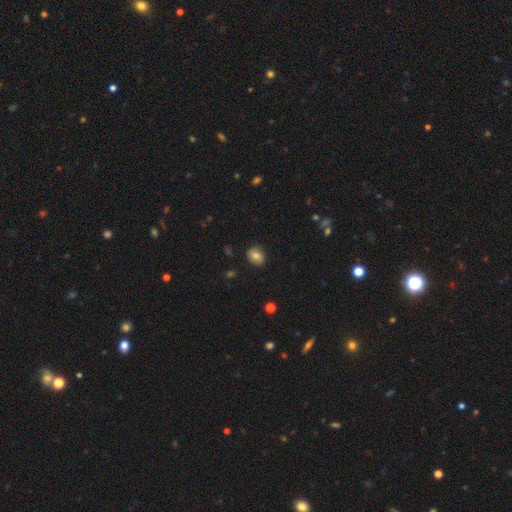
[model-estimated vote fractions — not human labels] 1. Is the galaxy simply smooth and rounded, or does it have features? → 77% smooth, 13% featured or disk, 10% star or artifact.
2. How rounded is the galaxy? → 61% round, 38% in between, 1% cigar-shaped.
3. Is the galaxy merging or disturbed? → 87% none, 10% minor disturbance, 2% major disturbance, 1% merger.